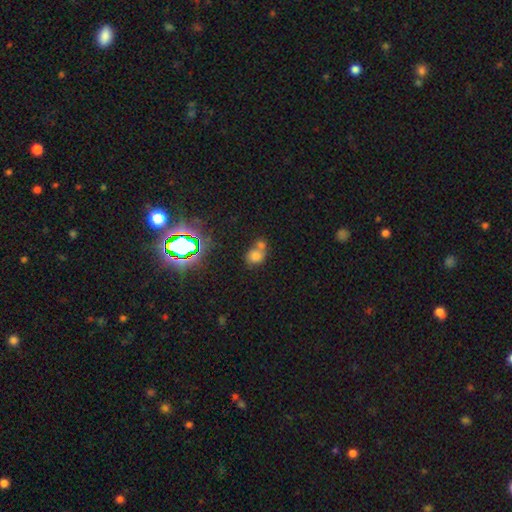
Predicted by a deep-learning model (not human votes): Smooth or featured? Predicted: smooth (p=0.68). How rounded? Predicted: round (p=0.62). Merging? Predicted: merger (p=0.50).